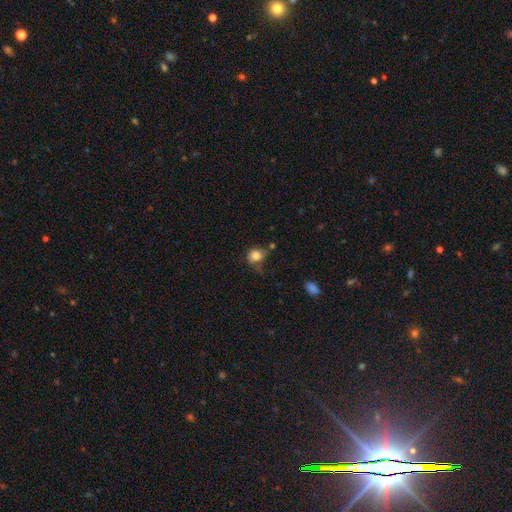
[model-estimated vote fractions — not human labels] A smooth galaxy with no disk features (81%) that is round (70%). Merging: none (48%).